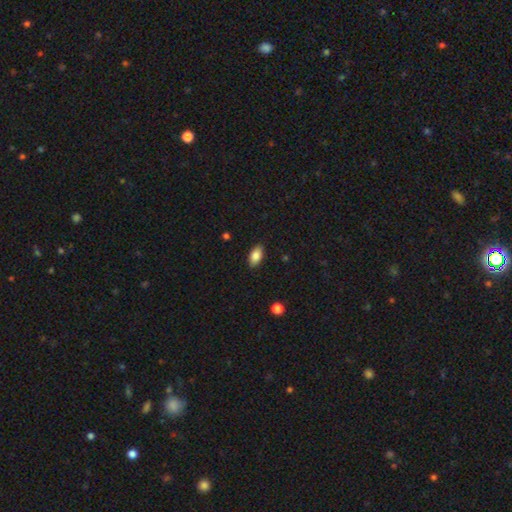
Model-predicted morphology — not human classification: This appears to be a smooth galaxy with no disk features (86%) that is in between round and cigar-shaped (92%). Merging: none (87%).